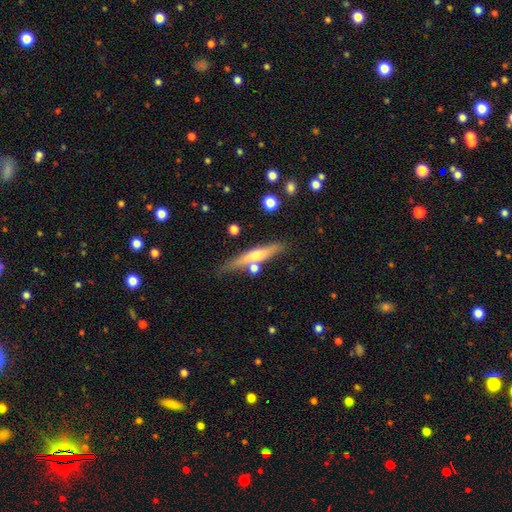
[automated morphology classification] Smooth or featured? featured or disk (48%)
Merging? none (71%)